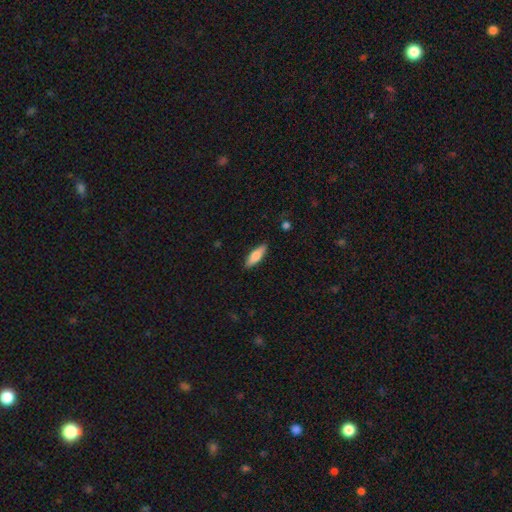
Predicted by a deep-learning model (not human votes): Morphology: type=smooth (72%); roundness=in between (51%); merging=none (88%).